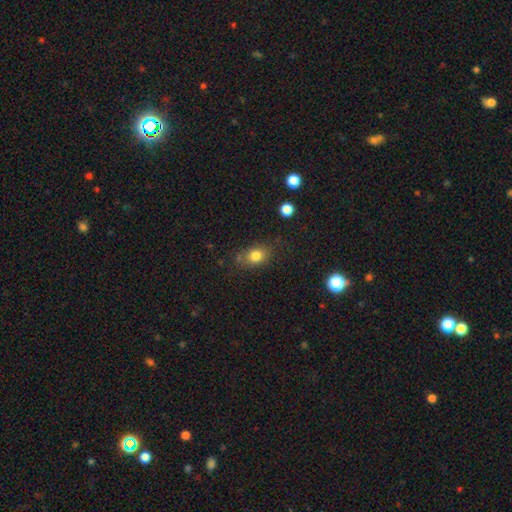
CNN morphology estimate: This appears to be a smooth galaxy with no disk features (80%) that is in between round and cigar-shaped (58%). Merging: none (69%).